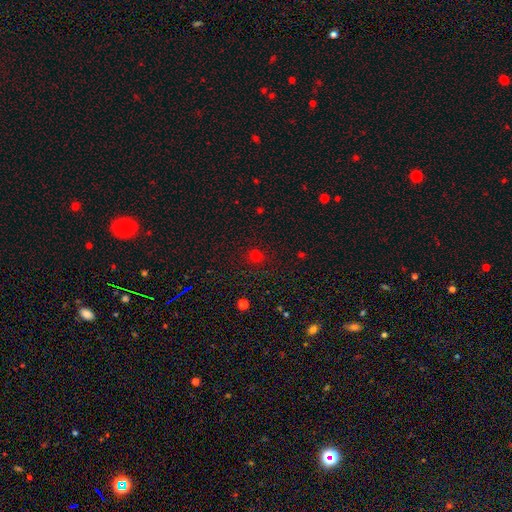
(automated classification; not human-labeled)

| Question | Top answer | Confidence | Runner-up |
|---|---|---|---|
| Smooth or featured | smooth | 57% | star or artifact (36%) |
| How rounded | round | 80% | in between (18%) |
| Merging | none | 69% | merger (14%) |